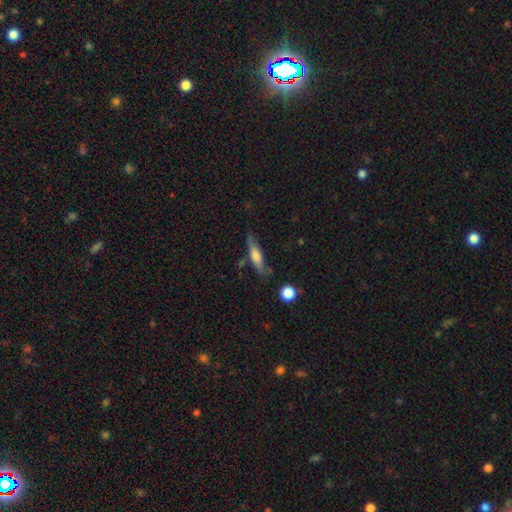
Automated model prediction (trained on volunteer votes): Smooth or featured? Predicted: smooth (p=0.55). How rounded? Predicted: cigar-shaped (p=0.76). Merging? Predicted: none (p=0.71).